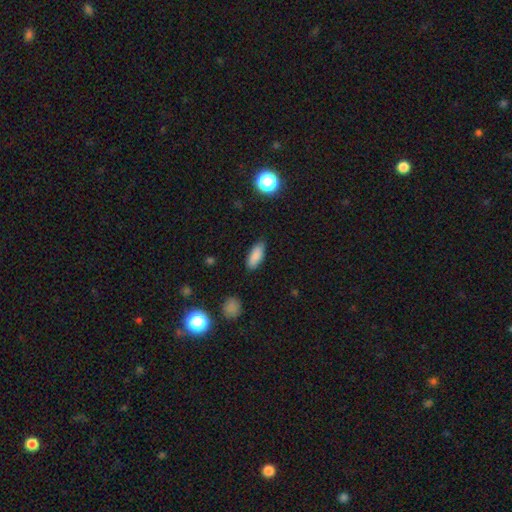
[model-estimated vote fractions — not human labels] Q: Smooth or featured?
A: smooth (86%); runner-up: star or artifact (8%)
Q: How rounded?
A: in between (80%); runner-up: cigar-shaped (18%)
Q: Merging?
A: none (84%); runner-up: minor disturbance (12%)